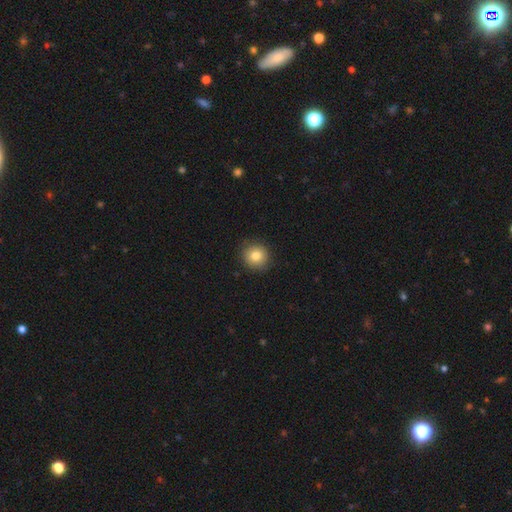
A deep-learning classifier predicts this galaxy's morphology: This is clearly a smooth galaxy (82%). How rounded: clearly round (92%). Merging: clearly none (90%).